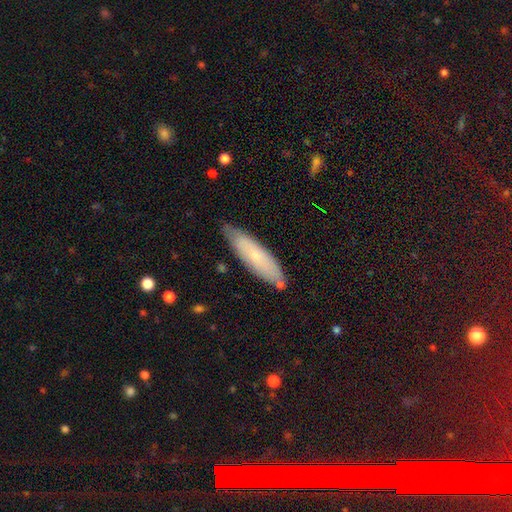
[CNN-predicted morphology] A smooth galaxy with no disk features (61%) that is cigar-shaped (62%).

Vote fractions:
- Smooth or featured? smooth: 61% / featured or disk: 32% / star or artifact: 7%
- How rounded? cigar-shaped: 62% / in between: 36% / round: 2%
- Merging? none: 75% / minor disturbance: 19% / major disturbance: 3% / merger: 3%